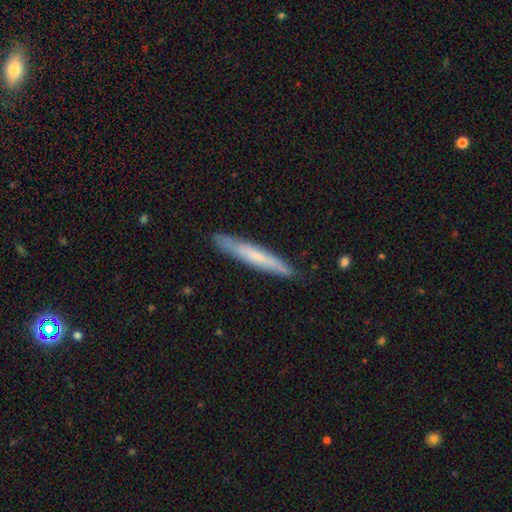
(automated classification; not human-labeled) smooth_or_featured: smooth (p=0.53) [alt: featured or disk p=0.41]
how_rounded: cigar-shaped (p=0.94) [alt: in between p=0.04]
merging: none (p=0.85) [alt: minor disturbance p=0.12]